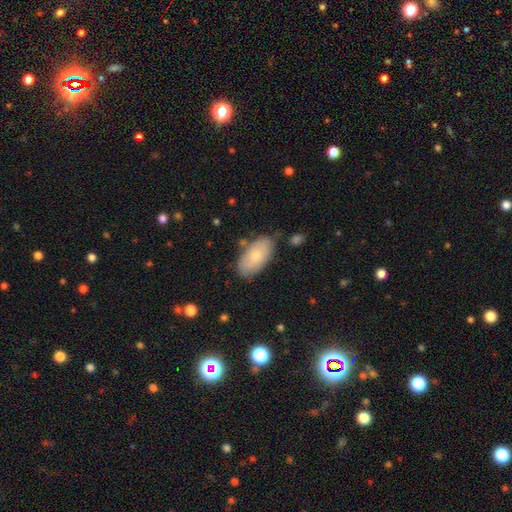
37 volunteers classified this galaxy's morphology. This is likely a smooth galaxy (73%). How rounded: clearly in between (96%). Merging: likely none (69%).